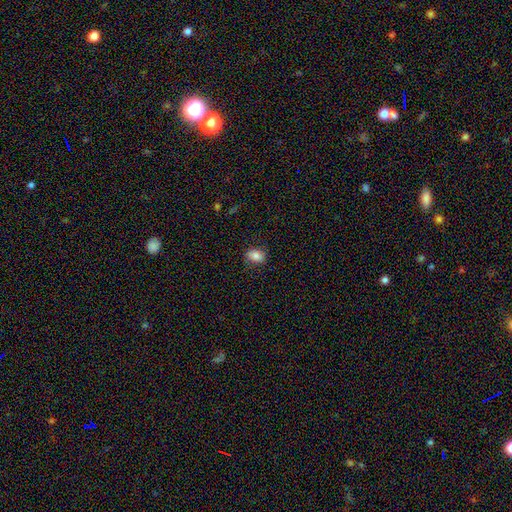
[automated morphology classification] Smooth or featured: smooth — 82% (star or artifact — 9%)
How rounded: in between — 72% (round — 27%)
Merging: none — 78% (minor disturbance — 16%)